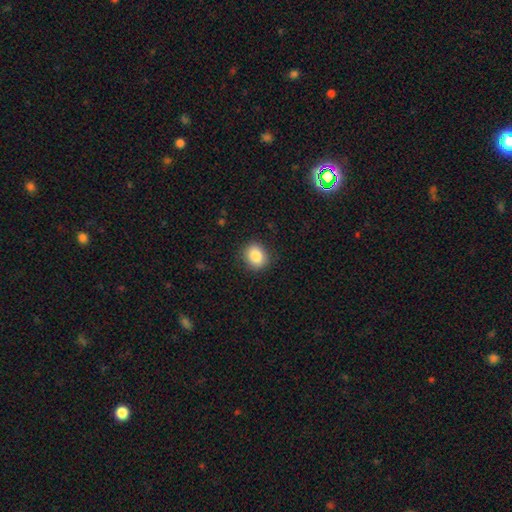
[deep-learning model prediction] A smooth galaxy with no disk features (85%) that is round (65%).

Vote fractions:
- Smooth or featured? smooth: 85% / star or artifact: 9% / featured or disk: 6%
- How rounded? round: 65% / in between: 34% / cigar-shaped: 1%
- Merging? none: 88% / minor disturbance: 9% / major disturbance: 2% / merger: 1%